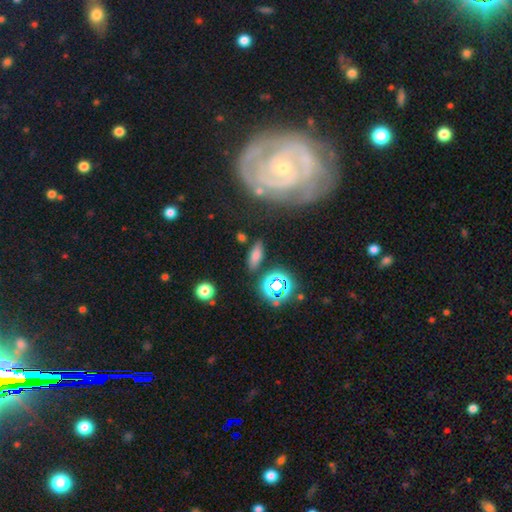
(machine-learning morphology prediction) smooth-or-featured: smooth: 68% | star or artifact: 19% | featured or disk: 13%
  how-rounded: in between: 63% | cigar-shaped: 30% | round: 7%
  merging: none: 82% | minor disturbance: 10% | merger: 4% | major disturbance: 4%